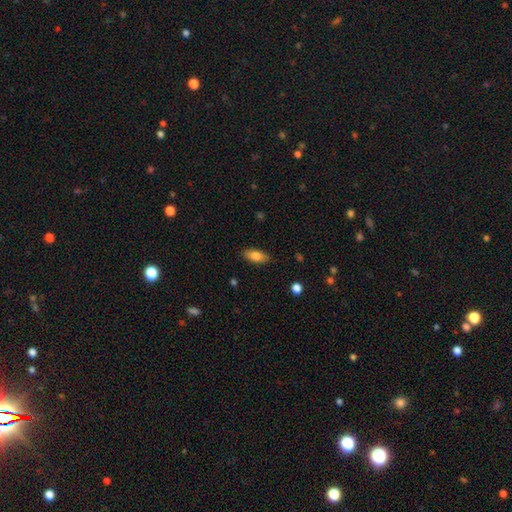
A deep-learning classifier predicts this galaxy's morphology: smooth 81%, featured or disk 12%, star or artifact 7%. Down the decision tree: how rounded — in between (84%); merging — none (86%).